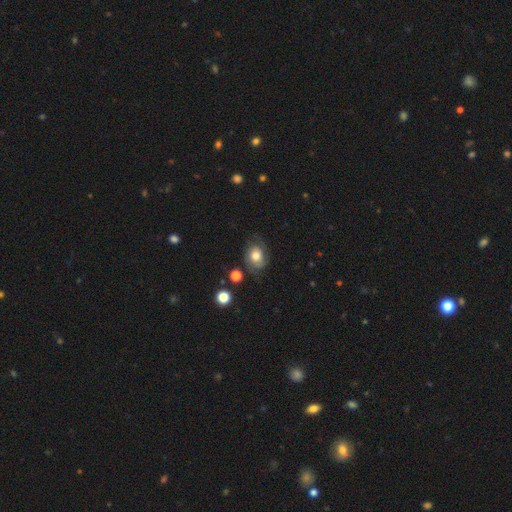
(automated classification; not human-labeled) Morphology: type=smooth (53%); roundness=in between (54%); merging=none (63%).